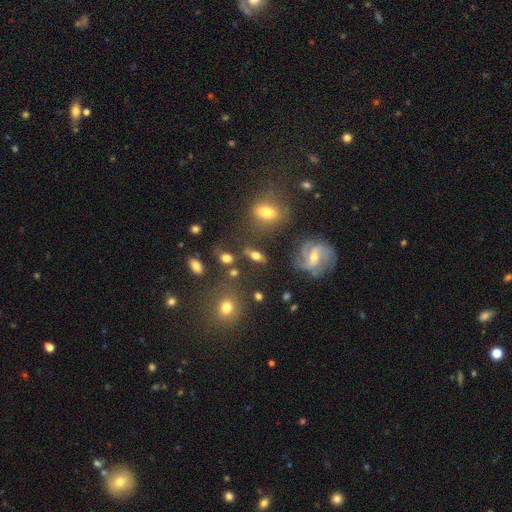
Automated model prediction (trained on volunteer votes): The model was most divided on "smooth or featured": smooth: 46%, featured or disk: 40%, star or artifact: 14%. More confident: merging — none (69%).